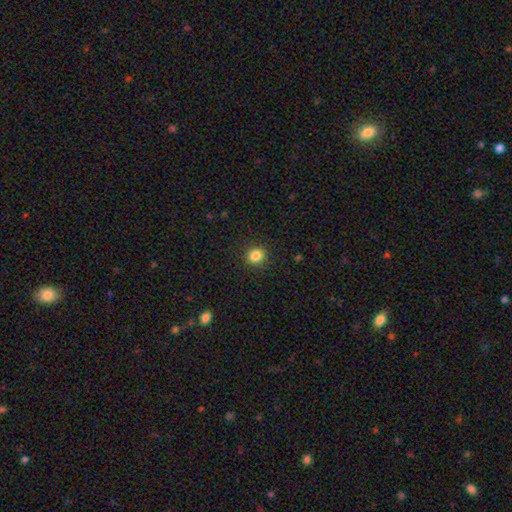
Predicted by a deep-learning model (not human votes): Morphology: type=smooth (85%); roundness=round (78%); merging=none (91%).